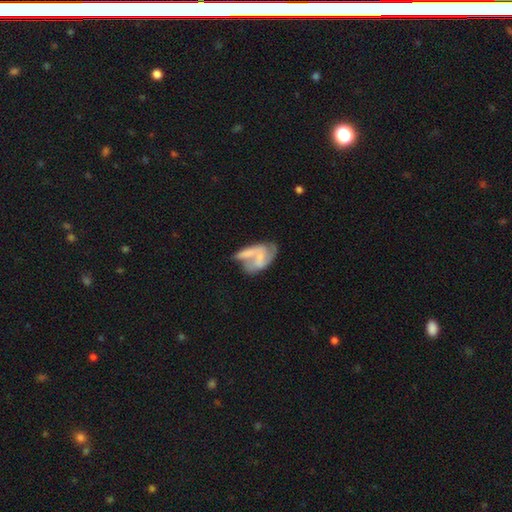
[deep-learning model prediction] Smooth or featured? featured or disk (58%)
Edge-on disk? no (95%)
Bar? no (51%)
Spiral arms? yes (59%)
Bulge size? small (41%)
Merging? merger (39%)